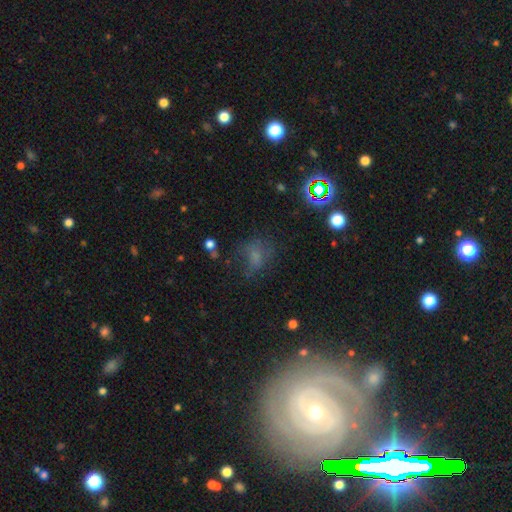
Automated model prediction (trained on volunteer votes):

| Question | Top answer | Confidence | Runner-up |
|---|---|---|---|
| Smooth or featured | smooth | 50% | star or artifact (30%) |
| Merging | none | 51% | major disturbance (23%) |